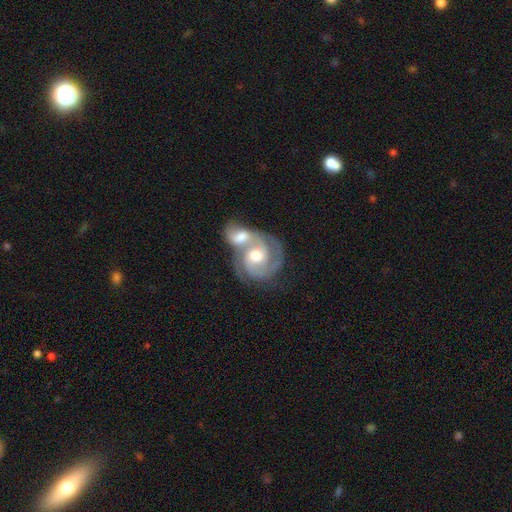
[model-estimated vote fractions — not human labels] featured or disk 78%, smooth 17%, star or artifact 5%. Down the decision tree: edge-on disk — no (97%); bar — no (58%); spiral arms — yes (93%); spiral arm count — 2 (73%); spiral winding — tight (55%); bulge size — moderate (69%); merging — merger (73%).